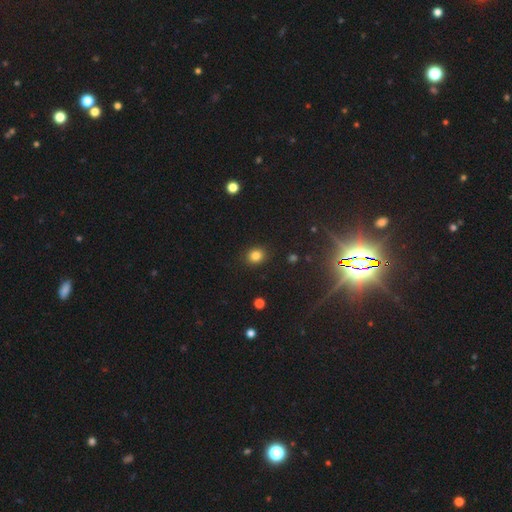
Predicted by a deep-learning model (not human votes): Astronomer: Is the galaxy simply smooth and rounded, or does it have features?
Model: smooth — 83%.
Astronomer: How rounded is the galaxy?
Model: round — 72%.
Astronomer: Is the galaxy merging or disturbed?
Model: none — 90%.